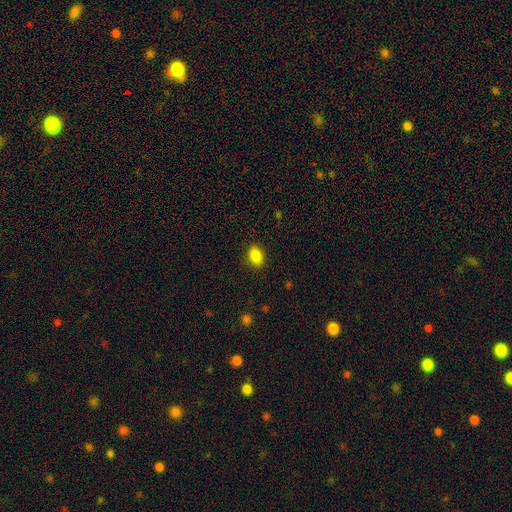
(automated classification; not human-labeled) The model was most divided on "how rounded": in between: 84%, round: 15%, cigar-shaped: 2%. More confident: merging — none (88%); smooth or featured — smooth (87%).